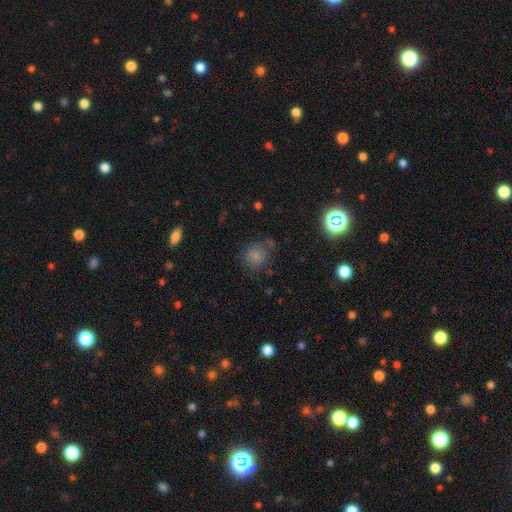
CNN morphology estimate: Smooth or featured? Predicted: smooth (p=0.78). How rounded? Predicted: round (p=0.84). Merging? Predicted: none (p=0.64).